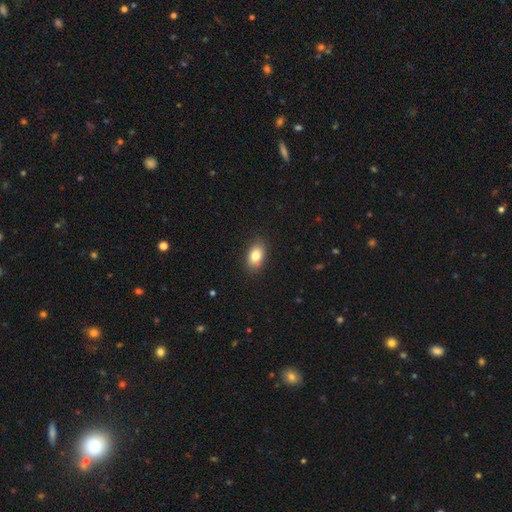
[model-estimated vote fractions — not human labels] smooth_or_featured: smooth (p=0.82) [alt: featured or disk p=0.10]
how_rounded: in between (p=0.86) [alt: round p=0.12]
merging: none (p=0.87) [alt: minor disturbance p=0.10]